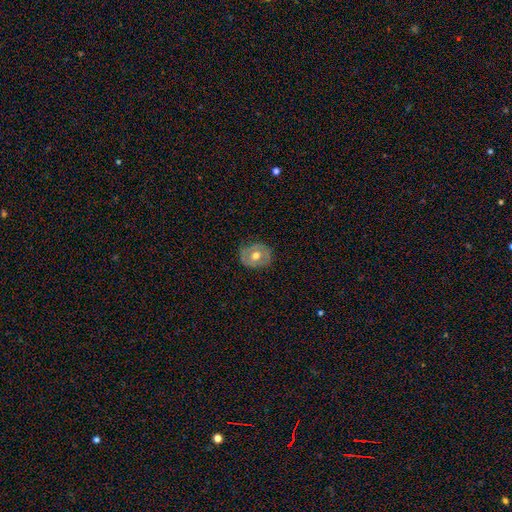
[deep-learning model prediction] Smooth or featured?
  - smooth: 48% *
  - featured or disk: 45%
  - star or artifact: 7%
Merging?
  - none: 78% *
  - minor disturbance: 17%
  - major disturbance: 4%
  - merger: 1%